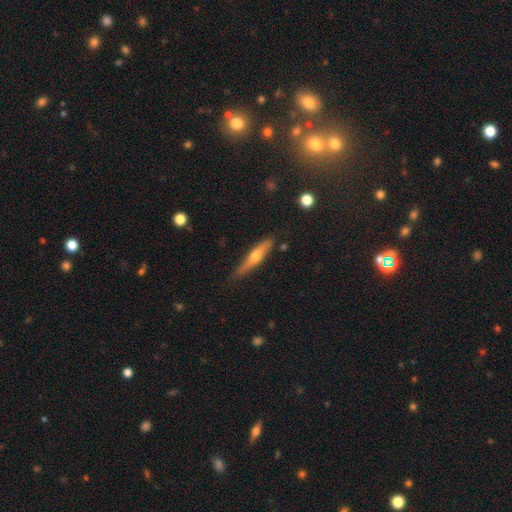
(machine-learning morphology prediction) This appears to be a featured or disk galaxy (52%) viewed edge-on (92%). Merging: none (80%).